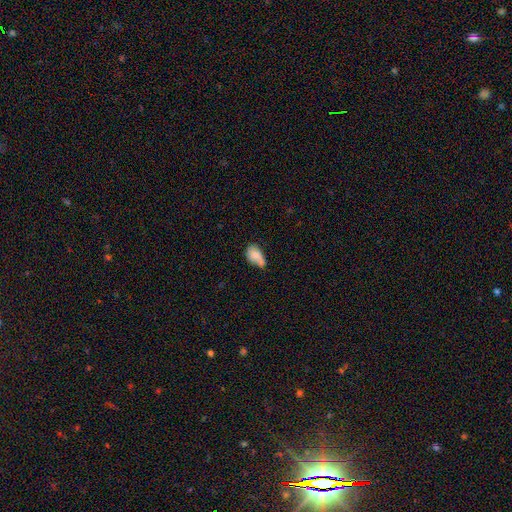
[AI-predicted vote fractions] A smooth galaxy with no disk features (77%) that is in between round and cigar-shaped (89%).

Vote fractions:
- Smooth or featured? smooth: 77% / featured or disk: 14% / star or artifact: 9%
- How rounded? in between: 89% / round: 9% / cigar-shaped: 2%
- Merging? minor disturbance: 37% / none: 35% / merger: 14% / major disturbance: 14%